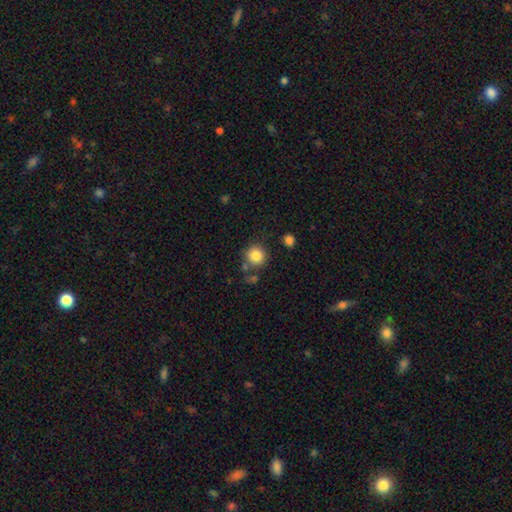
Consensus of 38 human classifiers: Q: Smooth or featured?
A: smooth (82%); runner-up: featured or disk (11%)
Q: How rounded?
A: round (94%); runner-up: in between (6%)
Q: Merging?
A: none (74%); runner-up: minor disturbance (14%)